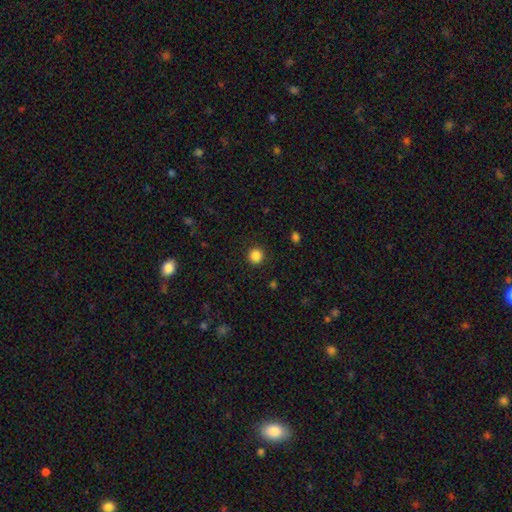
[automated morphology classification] This appears to be a smooth galaxy with no disk features (86%) that is round (94%). Merging: none (91%).